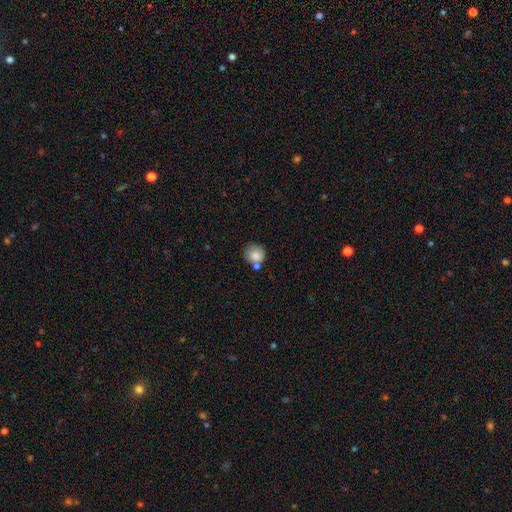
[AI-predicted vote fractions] Q: Smooth or featured?
A: smooth (82%); runner-up: featured or disk (9%)
Q: How rounded?
A: round (86%); runner-up: in between (13%)
Q: Merging?
A: none (59%); runner-up: merger (22%)